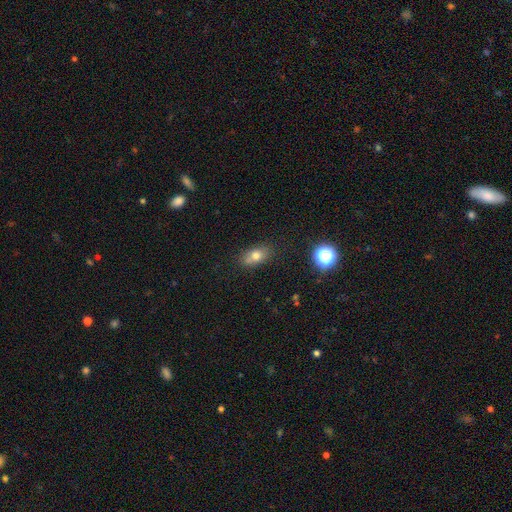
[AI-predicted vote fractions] smooth 73%, featured or disk 15%, star or artifact 13%. Down the decision tree: how rounded — in between (75%); merging — none (68%).